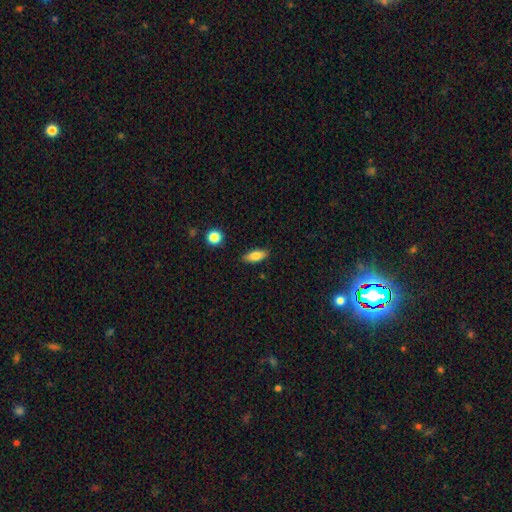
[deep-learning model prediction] Smooth or featured: smooth — 78% (featured or disk — 14%)
How rounded: in between — 79% (cigar-shaped — 18%)
Merging: none — 86% (minor disturbance — 11%)